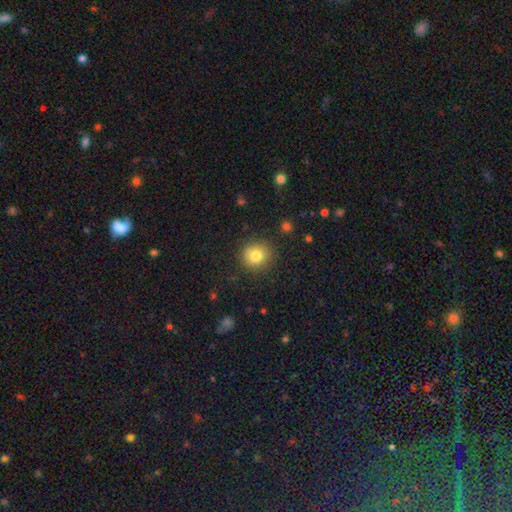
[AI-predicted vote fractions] smooth-or-featured: smooth: 81% | star or artifact: 11% | featured or disk: 8%
  how-rounded: round: 88% | in between: 11% | cigar-shaped: 1%
  merging: none: 86% | minor disturbance: 9% | major disturbance: 3% | merger: 2%